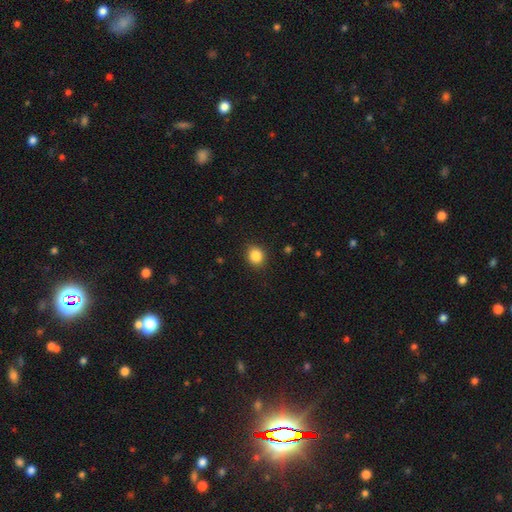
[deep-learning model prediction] The model was most divided on "how rounded": round: 75%, in between: 24%, cigar-shaped: 1%. More confident: merging — none (89%); smooth or featured — smooth (86%).